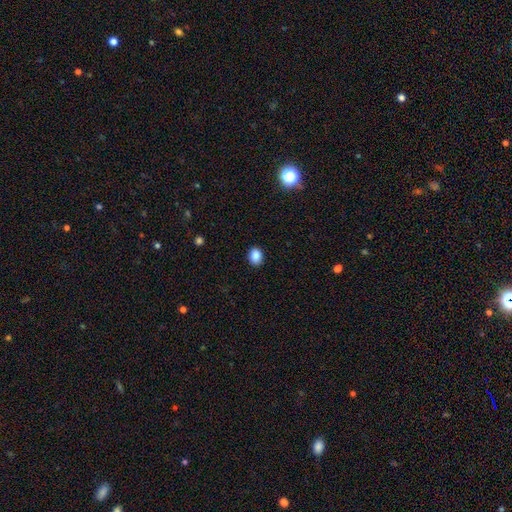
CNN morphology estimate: Overall: smooth (87%). How rounded: in between (54%; round 45%). Merging: none (91%).